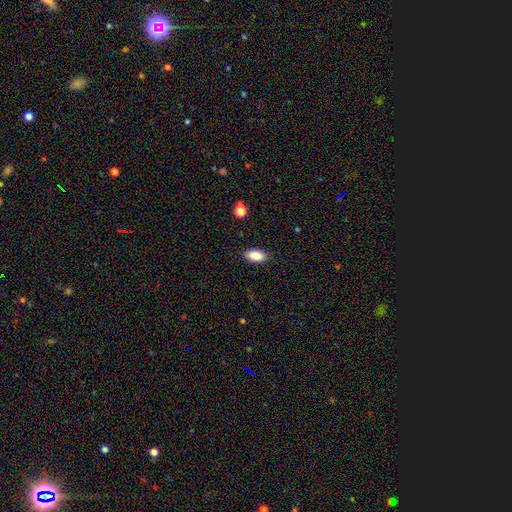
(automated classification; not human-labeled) This is clearly a smooth galaxy (87%). How rounded: clearly in between (92%). Merging: clearly none (87%).